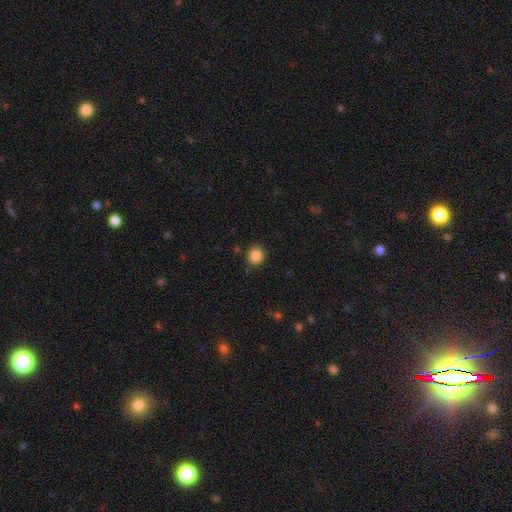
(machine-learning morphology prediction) A smooth galaxy with no disk features (85%) that is round (87%).

Vote fractions:
- Smooth or featured? smooth: 85% / star or artifact: 10% / featured or disk: 4%
- How rounded? round: 87% / in between: 12% / cigar-shaped: 1%
- Merging? none: 83% / minor disturbance: 12% / major disturbance: 3% / merger: 2%